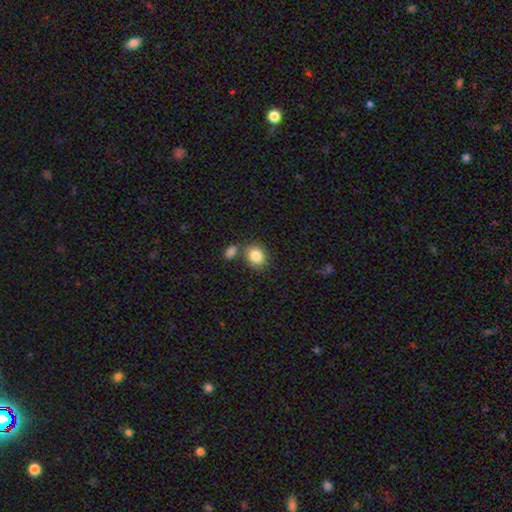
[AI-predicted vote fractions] smooth_or_featured: smooth (p=0.86) [alt: star or artifact p=0.08]
how_rounded: round (p=0.56) [alt: in between p=0.43]
merging: none (p=0.67) [alt: merger p=0.19]